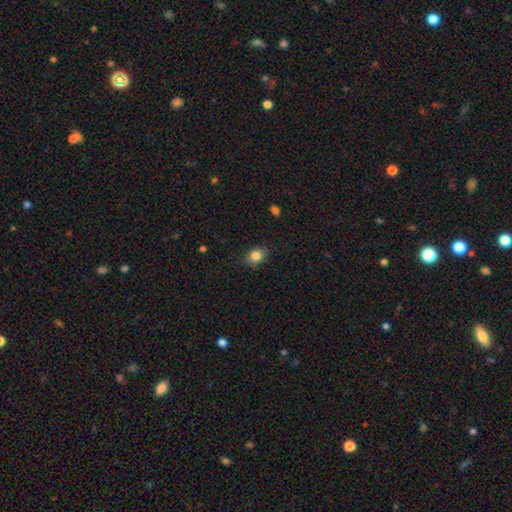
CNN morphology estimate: A smooth galaxy with no disk features (83%) that is in between round and cigar-shaped (64%).

Vote fractions:
- Smooth or featured? smooth: 83% / star or artifact: 9% / featured or disk: 8%
- How rounded? in between: 64% / round: 34% / cigar-shaped: 1%
- Merging? none: 82% / minor disturbance: 14% / major disturbance: 3% / merger: 1%